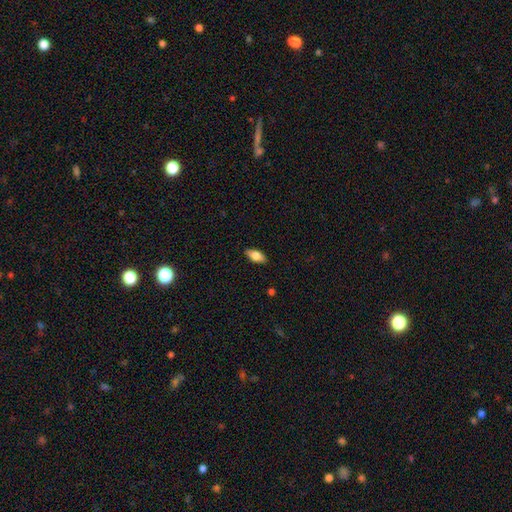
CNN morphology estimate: smooth-or-featured: smooth: 75% | featured or disk: 18% | star or artifact: 7%
  how-rounded: in between: 87% | cigar-shaped: 10% | round: 3%
  merging: none: 88% | minor disturbance: 9% | major disturbance: 2% | merger: 1%